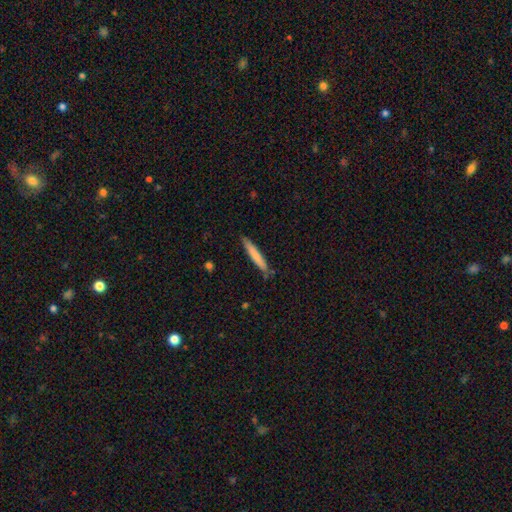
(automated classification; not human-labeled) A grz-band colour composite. It shows a smooth galaxy with no disk features (75%) that is cigar-shaped (95%). Merging: none (85%).